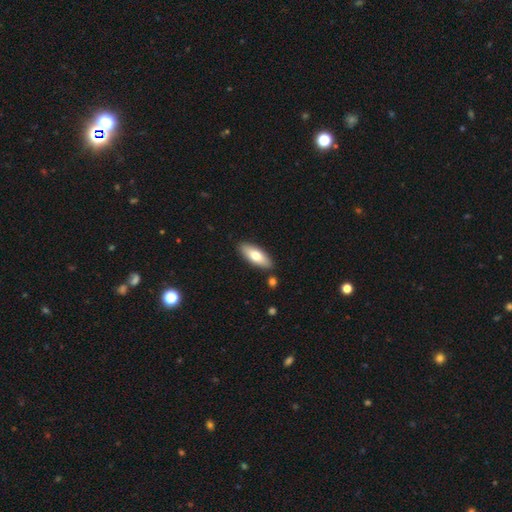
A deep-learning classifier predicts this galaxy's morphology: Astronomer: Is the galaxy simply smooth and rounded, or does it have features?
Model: smooth — 71%.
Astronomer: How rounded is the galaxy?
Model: in between — 72%.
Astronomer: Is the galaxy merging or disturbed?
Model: none — 87%.